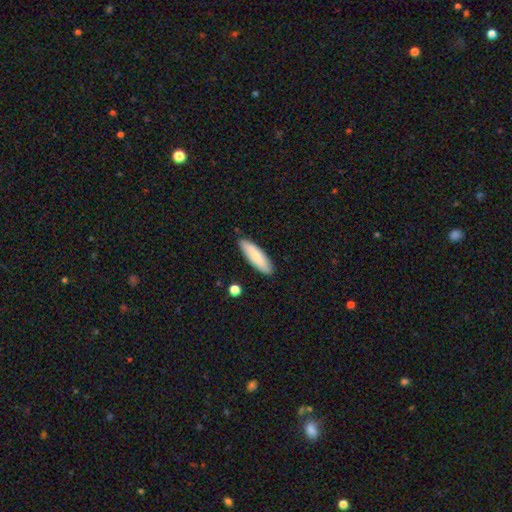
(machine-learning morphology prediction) smooth_or_featured: smooth (p=0.80) [alt: featured or disk p=0.14]
how_rounded: cigar-shaped (p=0.55) [alt: in between p=0.44]
merging: none (p=0.87) [alt: minor disturbance p=0.10]